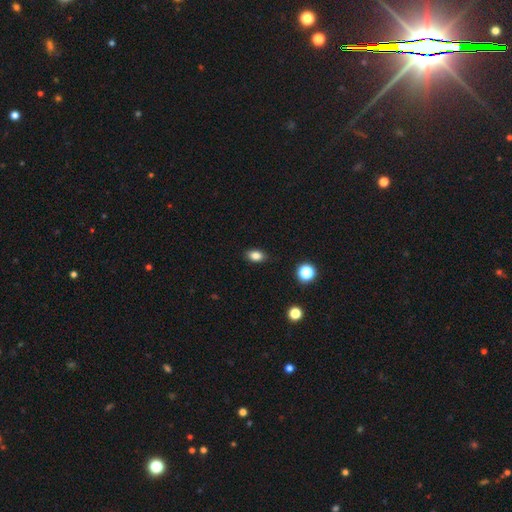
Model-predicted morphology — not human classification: Smooth or featured? Predicted: smooth (p=0.83). How rounded? Predicted: in between (p=0.82). Merging? Predicted: none (p=0.87).